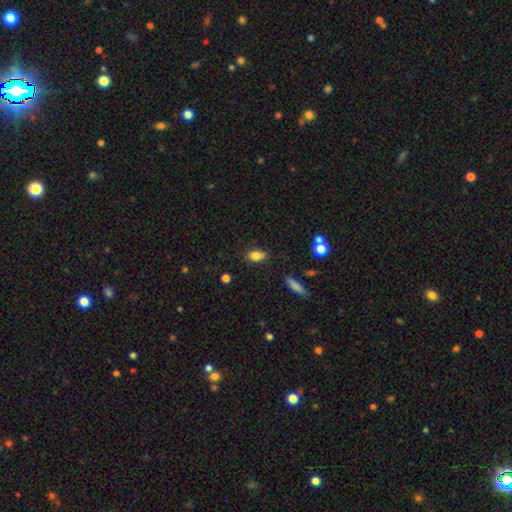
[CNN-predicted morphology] type=smooth (81%); roundness=in between (81%); merging=none (78%).